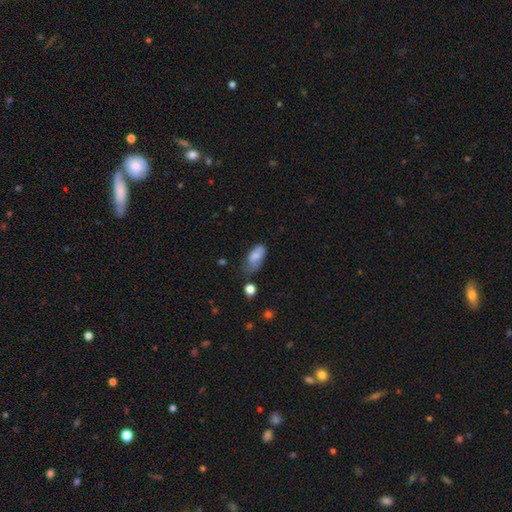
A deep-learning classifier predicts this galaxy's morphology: Smooth or featured? Predicted: smooth (p=0.78). How rounded? Predicted: in between (p=0.90). Merging? Predicted: none (p=0.40).